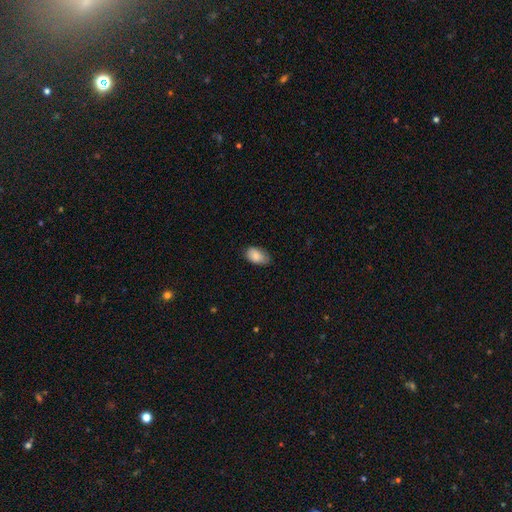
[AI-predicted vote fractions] smooth-or-featured: smooth: 84% | featured or disk: 9% | star or artifact: 7%
  how-rounded: in between: 92% | round: 7% | cigar-shaped: 1%
  merging: none: 70% | minor disturbance: 25% | major disturbance: 4% | merger: 1%